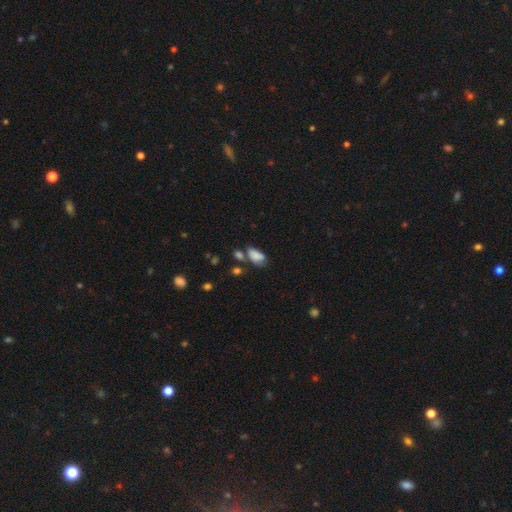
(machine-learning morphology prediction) This is clearly a smooth galaxy (80%). How rounded: clearly in between (91%). Merging: marginally none (42%).